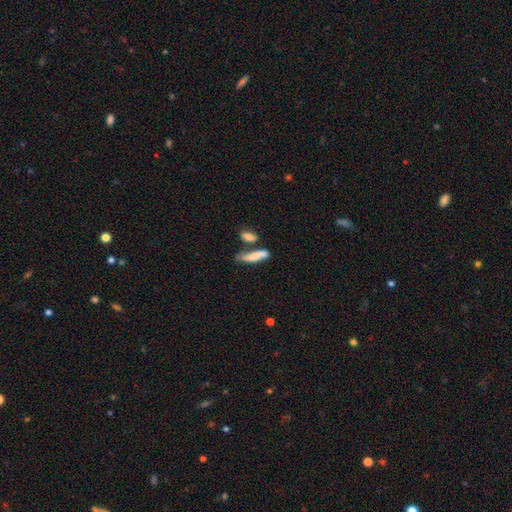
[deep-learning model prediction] This appears to be a smooth galaxy with no disk features (75%) that is cigar-shaped (63%). Merging: none (45%).